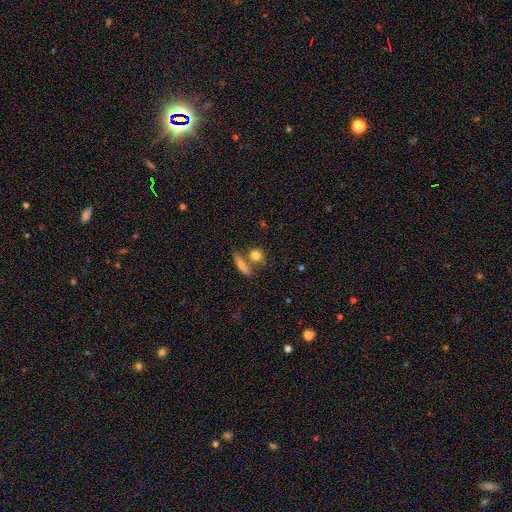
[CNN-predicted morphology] smooth_or_featured: smooth (p=0.79) [alt: featured or disk p=0.11]
how_rounded: round (p=0.66) [alt: in between p=0.26]
merging: none (p=0.55) [alt: merger p=0.31]